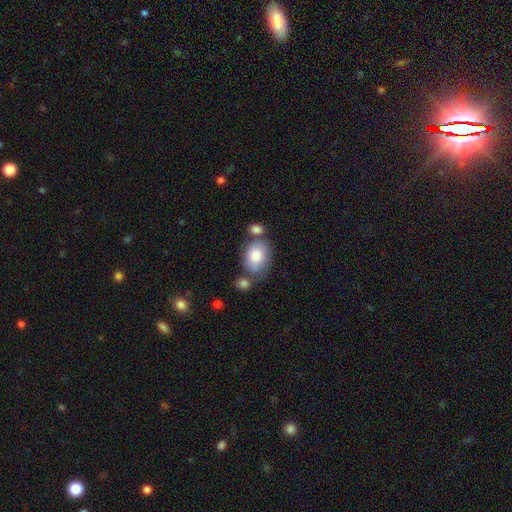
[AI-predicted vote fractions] smooth 79%, featured or disk 14%, star or artifact 7%. Down the decision tree: how rounded — in between (68%); merging — none (53%).